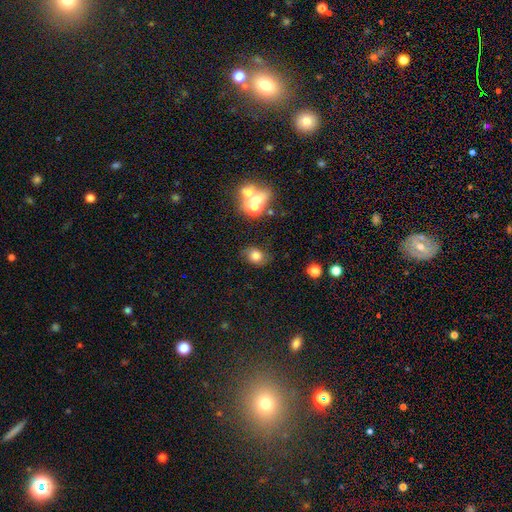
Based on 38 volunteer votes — smooth 76%, featured or disk 21%, star or artifact 3%. Down the decision tree: how rounded — in between (69%); merging — none (65%).